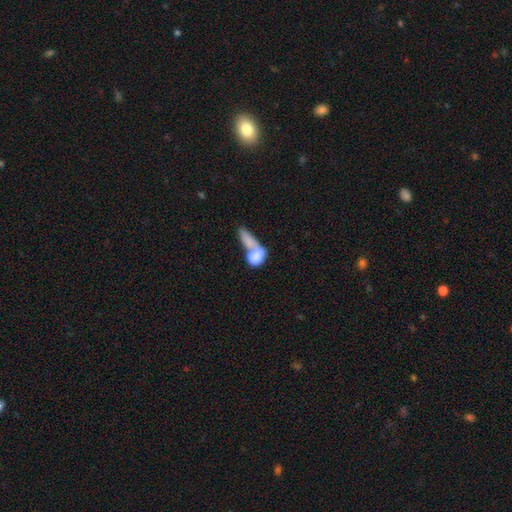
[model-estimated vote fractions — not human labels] Q: Smooth or featured?
A: smooth (69%); runner-up: featured or disk (23%)
Q: How rounded?
A: in between (73%); runner-up: round (14%)
Q: Merging?
A: merger (69%); runner-up: none (13%)